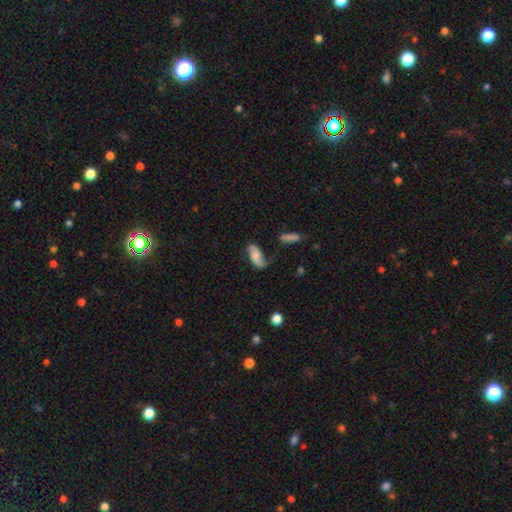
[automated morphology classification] Smooth or featured?
  - featured or disk: 58% *
  - smooth: 33%
  - star or artifact: 8%
Edge-on disk?
  - no: 94% *
  - yes: 6%
Bar?
  - no: 60% *
  - weak: 30%
  - strong: 10%
Spiral arms?
  - yes: 91% *
  - no: 9%
Spiral winding?
  - loose: 72% *
  - medium: 20%
  - tight: 8%
Spiral arm count?
  - 2: 86% *
  - 1: 8%
  - can't tell: 4%
  - 3: 1%
  - 4: 1%
  - more than 4: 1%
Bulge size?
  - none: 29% *
  - moderate: 27%
  - small: 26%
  - large: 13%
  - dominant: 4%
Merging?
  - none: 56% *
  - minor disturbance: 24%
  - major disturbance: 14%
  - merger: 6%